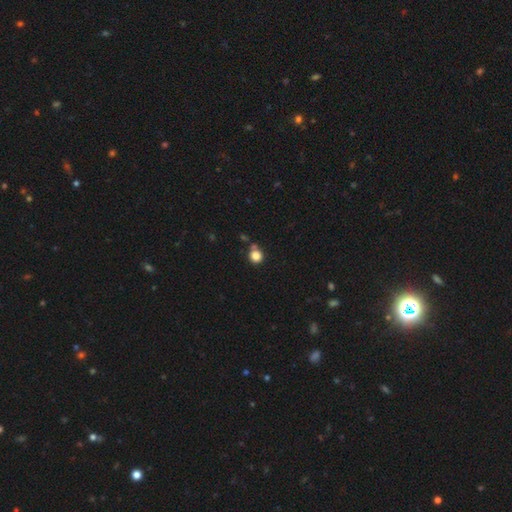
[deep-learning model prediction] Smooth or featured: smooth — 83% (star or artifact — 12%)
How rounded: round — 89% (in between — 10%)
Merging: none — 67% (merger — 16%)